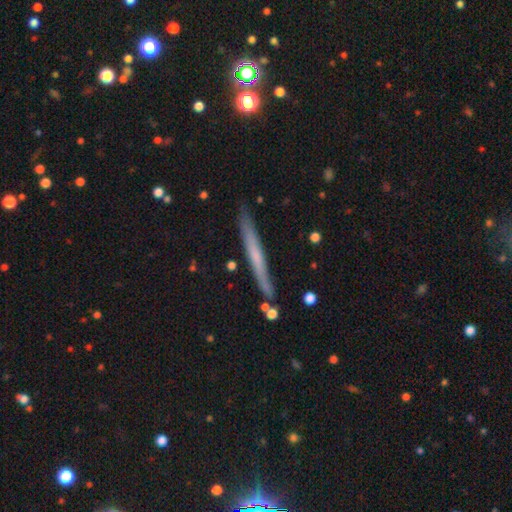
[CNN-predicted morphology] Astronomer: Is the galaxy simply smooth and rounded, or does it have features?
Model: smooth — 47% (runner-up: featured or disk, 46%).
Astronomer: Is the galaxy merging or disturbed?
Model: none — 85%.